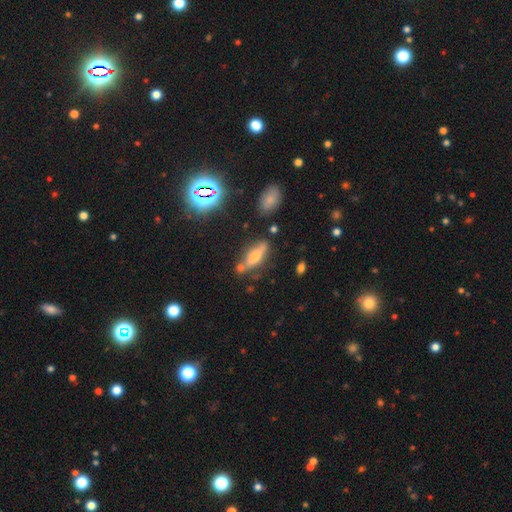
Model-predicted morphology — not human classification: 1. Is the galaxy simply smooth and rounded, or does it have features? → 46% smooth, 43% featured or disk, 12% star or artifact.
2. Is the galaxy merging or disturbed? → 67% none, 17% minor disturbance, 11% merger, 5% major disturbance.